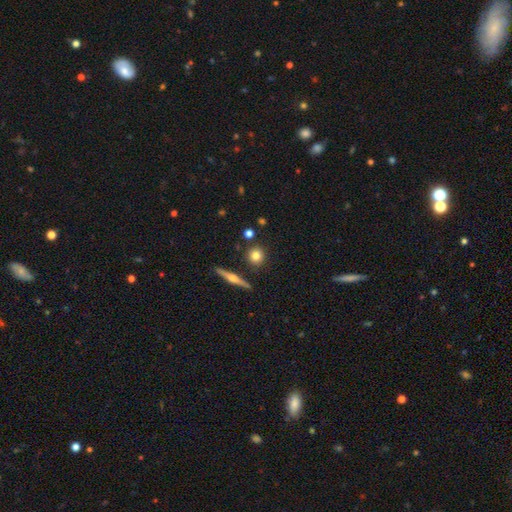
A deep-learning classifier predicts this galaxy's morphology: This is likely a smooth galaxy (75%). How rounded: clearly round (89%). Merging: clearly none (85%).